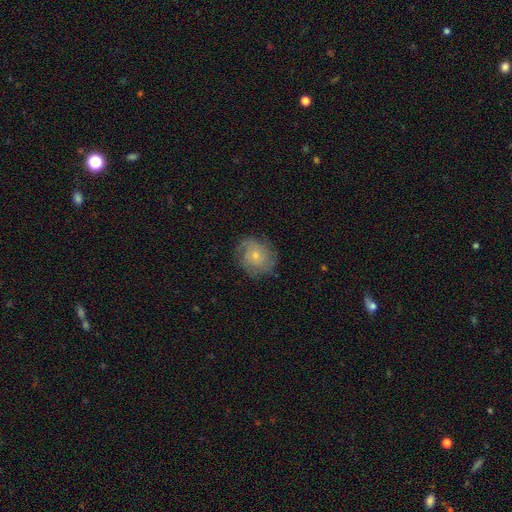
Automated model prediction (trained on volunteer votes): Overall: featured or disk (53%; smooth 39%). Edge-on disk: no (97%). Bar: no (83%). Spiral arms: yes (82%). Bulge size: small (66%; moderate 29%). Merging: none (74%).